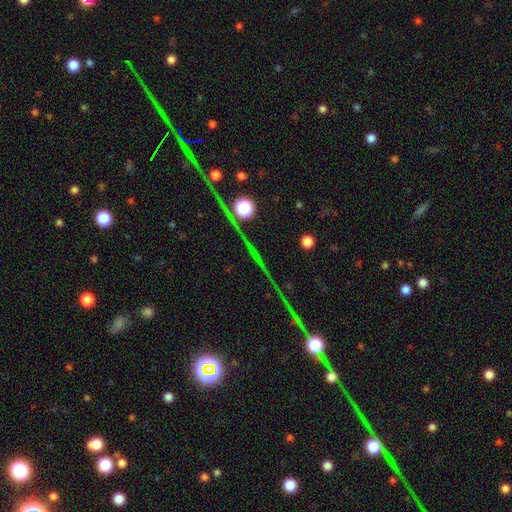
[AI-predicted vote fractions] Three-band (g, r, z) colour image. It shows a star or artifact, not a galaxy (68%).